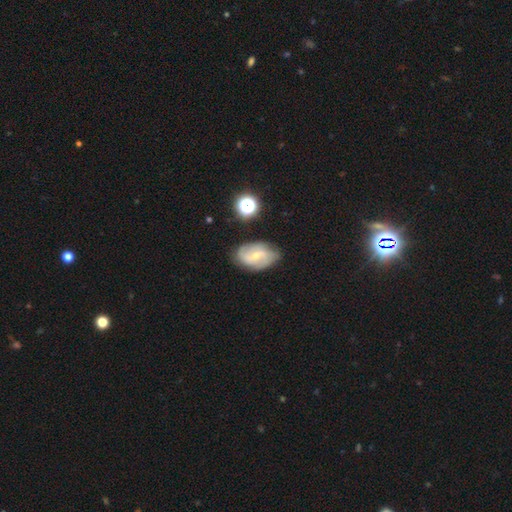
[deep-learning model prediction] Overall: featured or disk (67%). Edge-on disk: no (96%). Bar: weak (52%; no 33%). Spiral arms: yes (88%). Spiral arm count: 2 (64%). Spiral winding: medium (44%; loose 30%). Bulge size: small (60%; moderate 36%). Merging: none (70%).